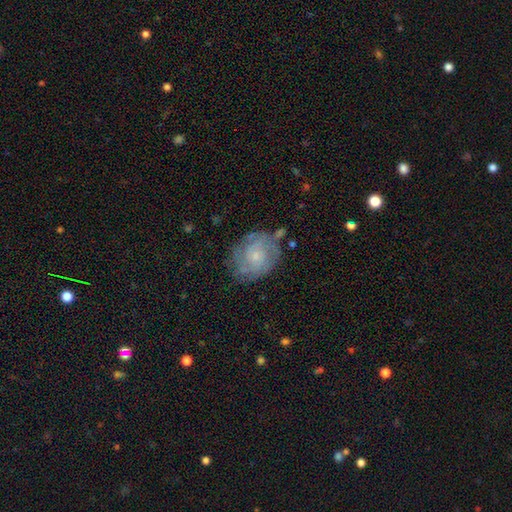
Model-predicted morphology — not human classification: This is likely a featured or disk galaxy (67%). It is clearly not viewed edge-on (97%). Bar: likely no (76%). Spiral arm pattern: clearly yes (85%). Spiral arm count: marginally can't tell (43%). Spiral winding: likely tight (62%). Central bulge: likely small (67%). Merging: likely none (70%).